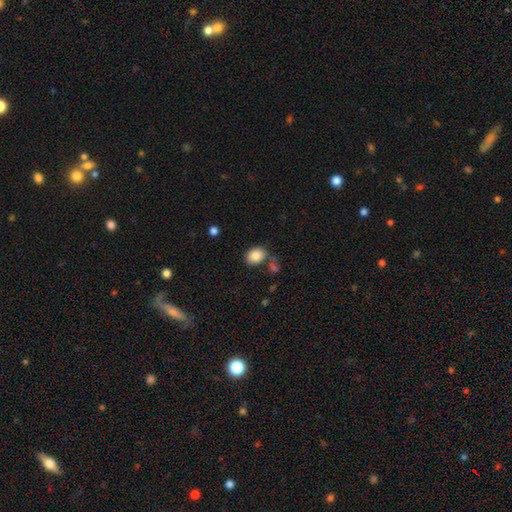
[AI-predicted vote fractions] A smooth galaxy with no disk features (85%) that is in between round and cigar-shaped (61%).

Vote fractions:
- Smooth or featured? smooth: 85% / star or artifact: 8% / featured or disk: 7%
- How rounded? in between: 61% / round: 38% / cigar-shaped: 1%
- Merging? none: 71% / minor disturbance: 14% / merger: 12% / major disturbance: 4%